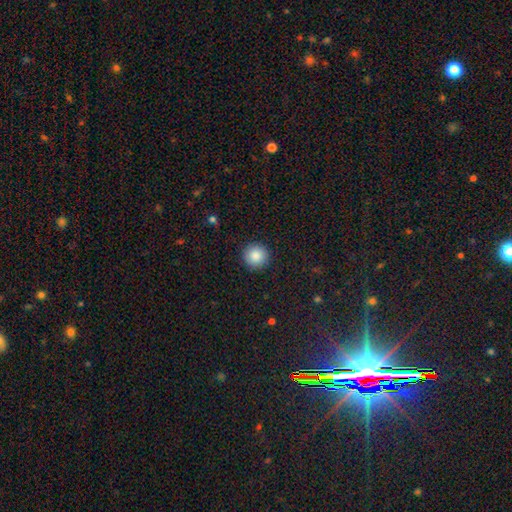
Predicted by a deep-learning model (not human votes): A smooth galaxy with no disk features (87%) that is round (96%). Merging: none (92%).